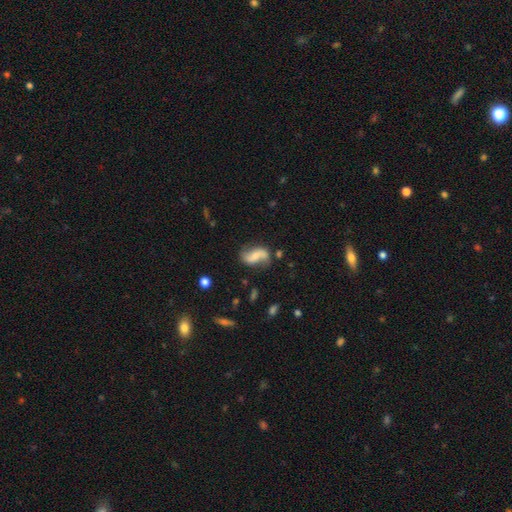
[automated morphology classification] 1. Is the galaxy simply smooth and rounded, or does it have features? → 67% featured or disk, 25% smooth, 8% star or artifact.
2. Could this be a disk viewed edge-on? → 96% no, 4% yes.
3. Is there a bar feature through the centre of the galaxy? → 43% no, 35% weak, 23% strong.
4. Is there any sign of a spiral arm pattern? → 91% yes, 9% no.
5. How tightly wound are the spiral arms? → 76% loose, 18% medium, 6% tight.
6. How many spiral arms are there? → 90% 2, 4% can't tell, 3% 1, 1% 3, 1% 4, 1% more than 4.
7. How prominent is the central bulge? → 39% small, 26% moderate, 26% none, 6% large, 2% dominant.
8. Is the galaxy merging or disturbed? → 66% none, 21% minor disturbance, 9% major disturbance, 4% merger.